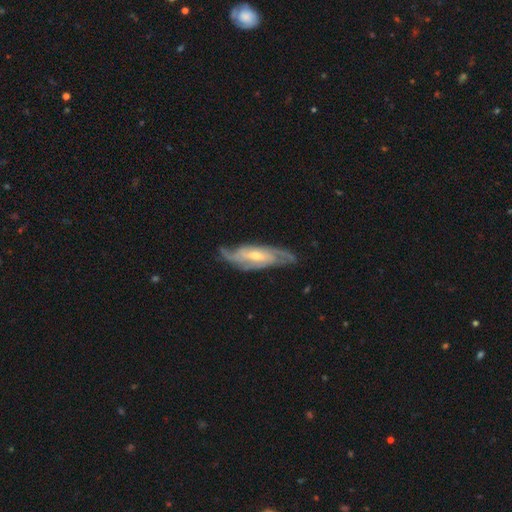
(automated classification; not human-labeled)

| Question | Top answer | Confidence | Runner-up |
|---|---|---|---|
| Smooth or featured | featured or disk | 87% | smooth (8%) |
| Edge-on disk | no | 87% | yes (13%) |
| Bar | weak | 43% | no (39%) |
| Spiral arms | yes | 97% | no (3%) |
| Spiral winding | medium | 46% | tight (39%) |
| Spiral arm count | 2 | 42% | 3 (27%) |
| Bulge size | small | 48% | moderate (47%) |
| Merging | none | 75% | minor disturbance (18%) |